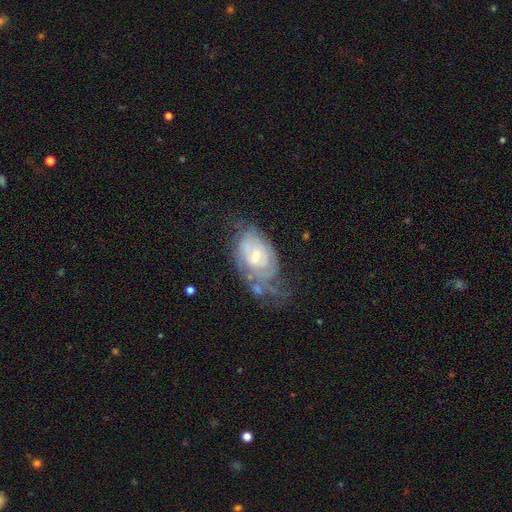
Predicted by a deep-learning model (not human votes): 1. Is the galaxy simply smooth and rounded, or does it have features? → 74% featured or disk, 19% smooth, 7% star or artifact.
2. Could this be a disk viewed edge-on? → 96% no, 4% yes.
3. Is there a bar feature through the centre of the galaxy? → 46% no, 45% weak, 8% strong.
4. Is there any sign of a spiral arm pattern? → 80% yes, 20% no.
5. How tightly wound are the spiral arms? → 63% tight, 27% medium, 10% loose.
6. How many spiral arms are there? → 51% can't tell, 28% 2, 8% 1, 7% 3, 3% 4, 2% more than 4.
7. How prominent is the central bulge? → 48% moderate, 44% small, 4% large, 3% none, 1% dominant.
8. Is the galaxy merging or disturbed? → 35% none, 30% minor disturbance, 27% major disturbance, 8% merger.